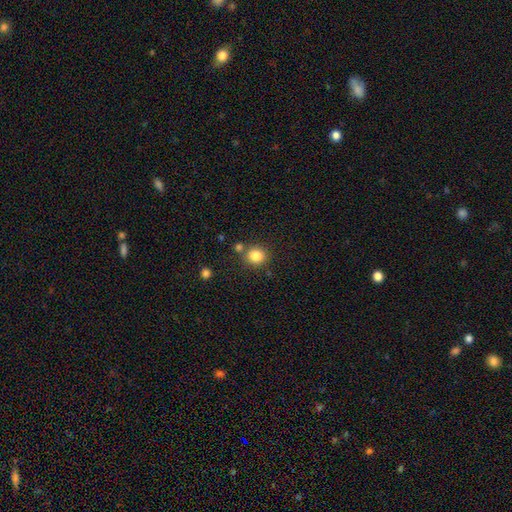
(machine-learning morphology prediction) smooth_or_featured: smooth (p=0.83) [alt: star or artifact p=0.11]
how_rounded: round (p=0.86) [alt: in between p=0.13]
merging: none (p=0.77) [alt: merger p=0.11]